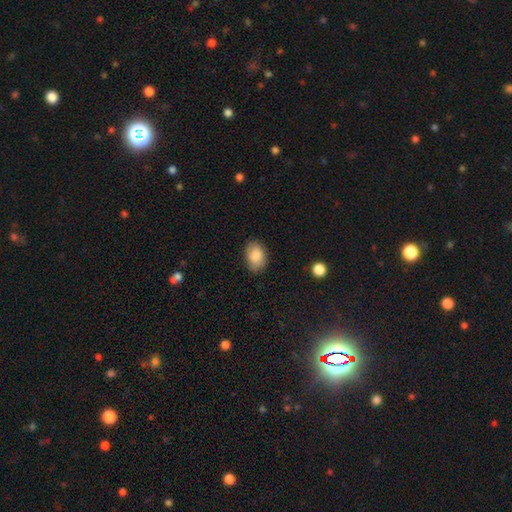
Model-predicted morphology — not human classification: smooth-or-featured: smooth: 87% | star or artifact: 7% | featured or disk: 6%
  how-rounded: in between: 86% | round: 12% | cigar-shaped: 1%
  merging: none: 83% | minor disturbance: 13% | major disturbance: 3% | merger: 1%